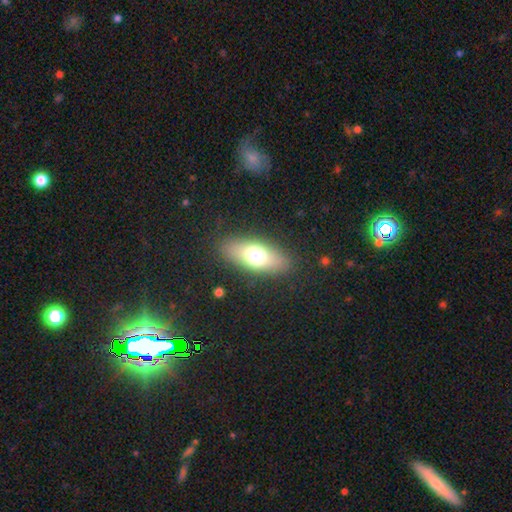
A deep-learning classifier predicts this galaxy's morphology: Smooth or featured: smooth — 67% (featured or disk — 24%)
How rounded: in between — 74% (cigar-shaped — 21%)
Merging: none — 86% (minor disturbance — 10%)